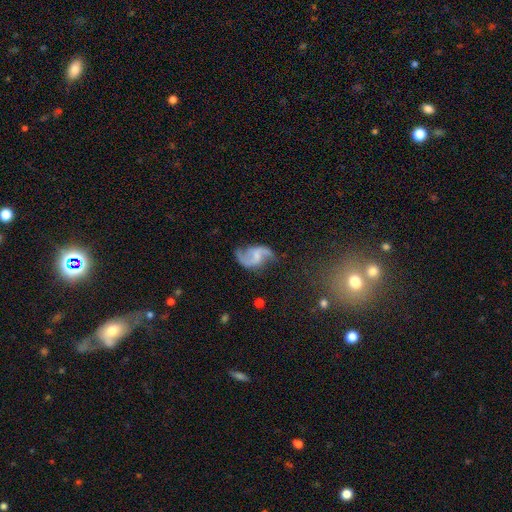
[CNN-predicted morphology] The model was most divided on "bar": weak: 48%, no: 36%, strong: 16%. Remaining: edge-on disk — no (98%); spiral arms — yes (96%); spiral arm count — 2 (93%); smooth or featured — featured or disk (88%); merging — none (70%); spiral winding — loose (68%); bulge size — none (46%).